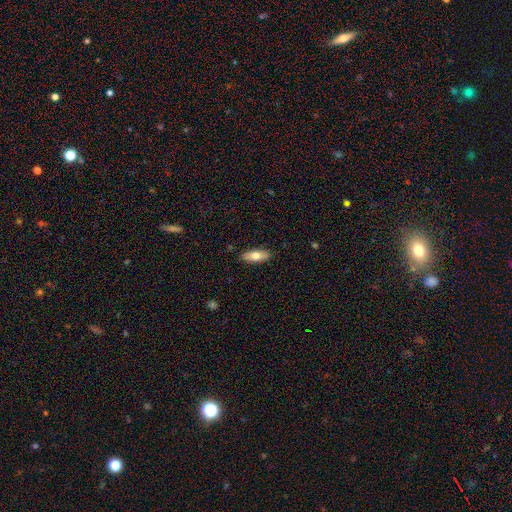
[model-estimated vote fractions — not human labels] Smooth or featured?
  - smooth: 74% *
  - featured or disk: 20%
  - star or artifact: 6%
How rounded?
  - in between: 71% *
  - cigar-shaped: 27%
  - round: 2%
Merging?
  - none: 87% *
  - minor disturbance: 10%
  - major disturbance: 2%
  - merger: 1%